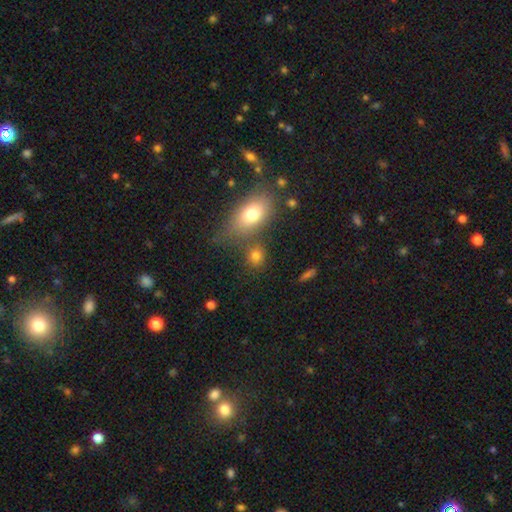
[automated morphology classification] This appears to be a smooth galaxy with no disk features (78%) that is round (63%). Merging: none (65%).